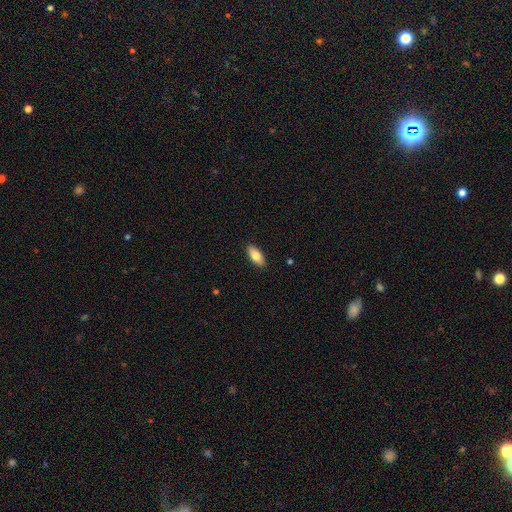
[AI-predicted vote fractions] smooth 80%, featured or disk 14%, star or artifact 6%. Down the decision tree: how rounded — in between (85%); merging — none (89%).